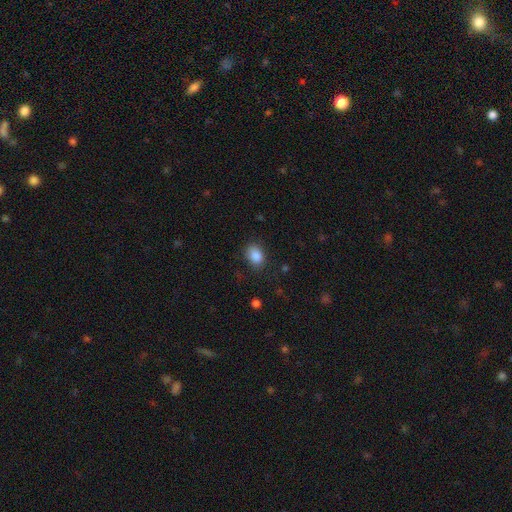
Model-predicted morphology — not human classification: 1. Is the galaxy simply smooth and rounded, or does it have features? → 86% smooth, 9% star or artifact, 5% featured or disk.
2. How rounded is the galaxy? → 75% in between, 24% round, 1% cigar-shaped.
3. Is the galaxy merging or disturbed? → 80% none, 14% minor disturbance, 4% major disturbance, 1% merger.